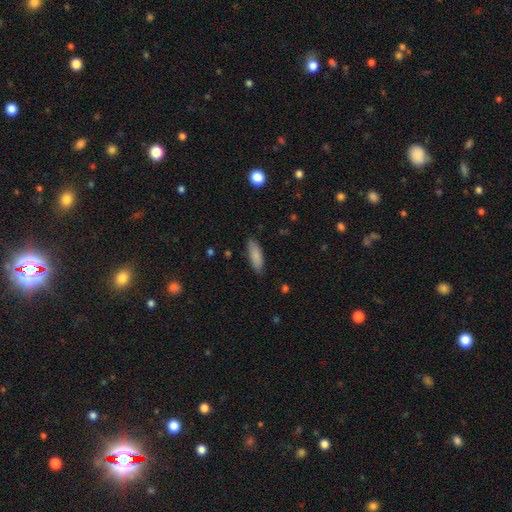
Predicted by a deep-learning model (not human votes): Smooth or featured?
  - smooth: 85% *
  - featured or disk: 8%
  - star or artifact: 6%
How rounded?
  - in between: 60% *
  - cigar-shaped: 38%
  - round: 2%
Merging?
  - none: 83% *
  - minor disturbance: 14%
  - major disturbance: 2%
  - merger: 1%